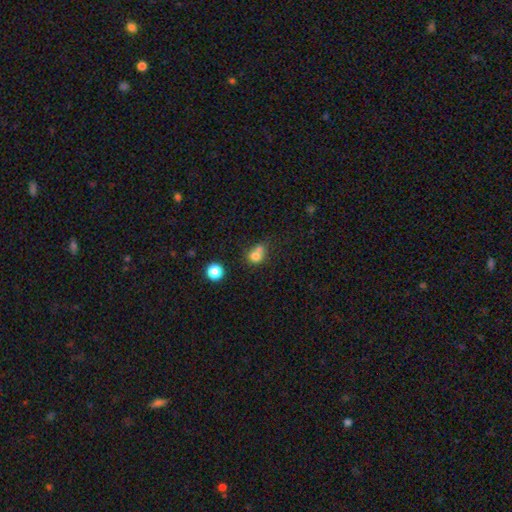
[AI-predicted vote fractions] smooth_or_featured: smooth (p=0.74) [alt: star or artifact p=0.13]
how_rounded: round (p=0.72) [alt: in between p=0.27]
merging: merger (p=0.48) [alt: none p=0.35]